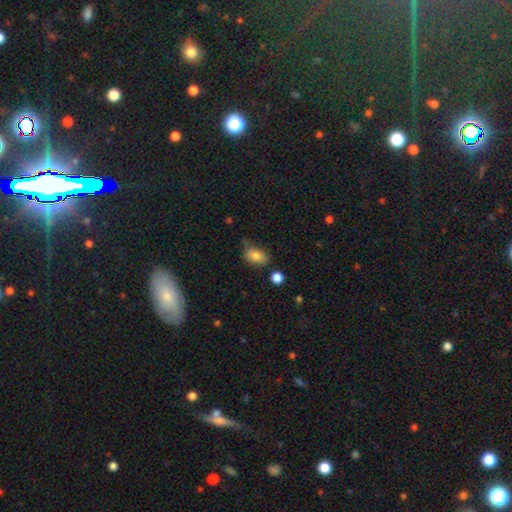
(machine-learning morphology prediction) Smooth or featured? Predicted: smooth (p=0.82). How rounded? Predicted: in between (p=0.83). Merging? Predicted: none (p=0.57).